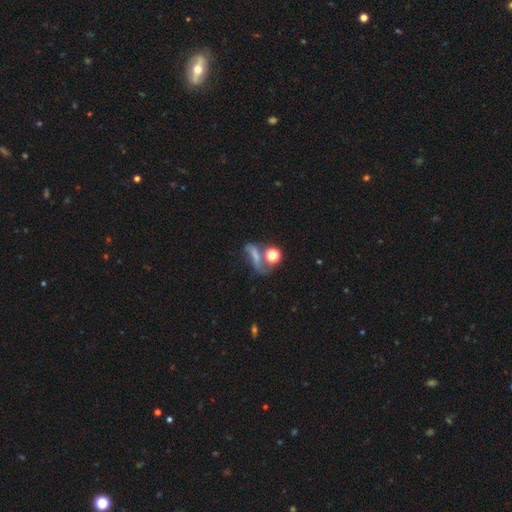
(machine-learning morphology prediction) smooth_or_featured: smooth (p=0.47) [alt: featured or disk p=0.32]
merging: none (p=0.30) [alt: merger p=0.28]